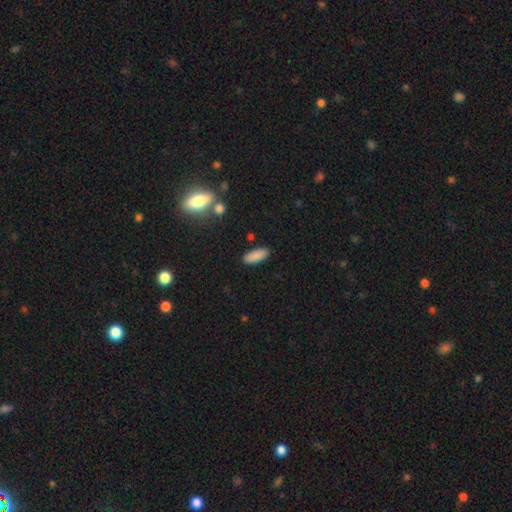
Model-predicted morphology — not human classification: smooth_or_featured: smooth (p=0.88) [alt: star or artifact p=0.08]
how_rounded: in between (p=0.75) [alt: cigar-shaped p=0.23]
merging: none (p=0.88) [alt: minor disturbance p=0.08]